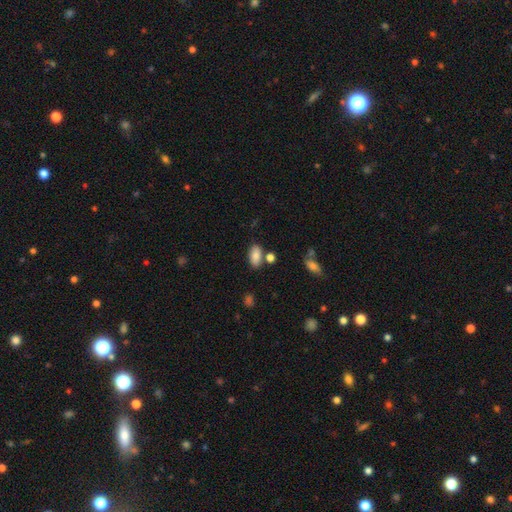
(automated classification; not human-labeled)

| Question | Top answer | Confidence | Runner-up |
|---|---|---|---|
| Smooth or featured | smooth | 85% | star or artifact (8%) |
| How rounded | in between | 92% | cigar-shaped (5%) |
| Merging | none | 73% | minor disturbance (13%) |